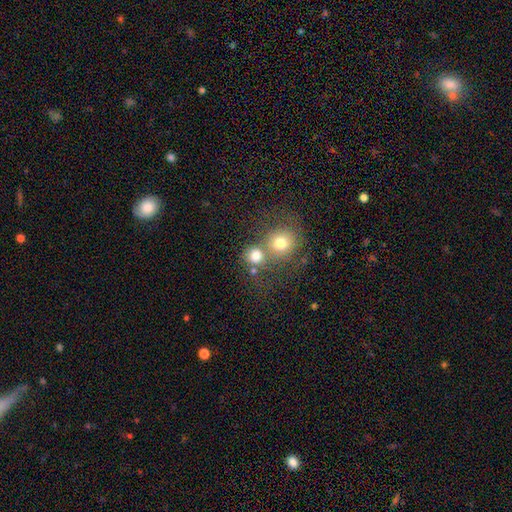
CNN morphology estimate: Q: Smooth or featured?
A: smooth (75%); runner-up: star or artifact (12%)
Q: How rounded?
A: round (84%); runner-up: in between (15%)
Q: Merging?
A: merger (46%); runner-up: none (42%)